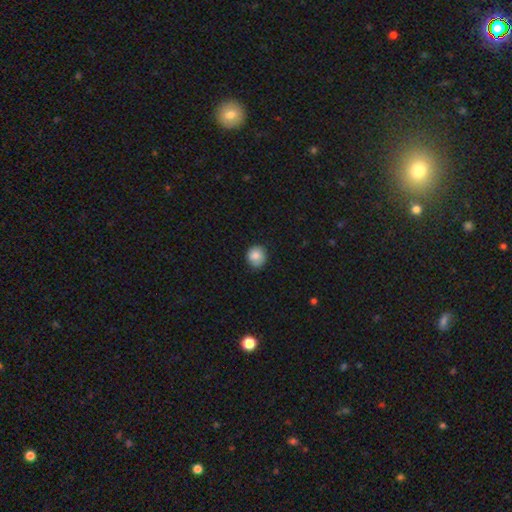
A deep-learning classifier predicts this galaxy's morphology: smooth-or-featured: smooth: 85% | star or artifact: 8% | featured or disk: 7%
  how-rounded: round: 84% | in between: 15% | cigar-shaped: 1%
  merging: none: 75% | minor disturbance: 21% | major disturbance: 3% | merger: 1%